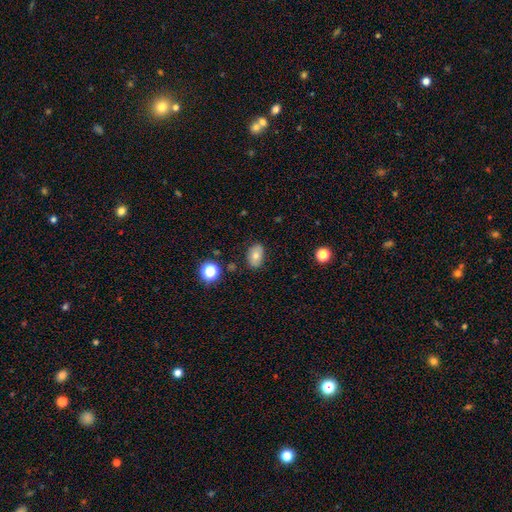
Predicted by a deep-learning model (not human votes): A smooth galaxy with no disk features (72%) that is in between round and cigar-shaped (81%). Merging: none (82%).